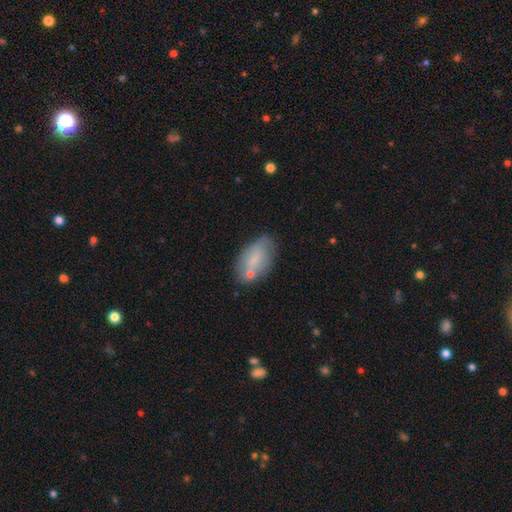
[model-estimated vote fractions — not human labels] Smooth or featured: smooth — 71% (featured or disk — 23%)
How rounded: in between — 92% (round — 5%)
Merging: none — 54% (minor disturbance — 24%)